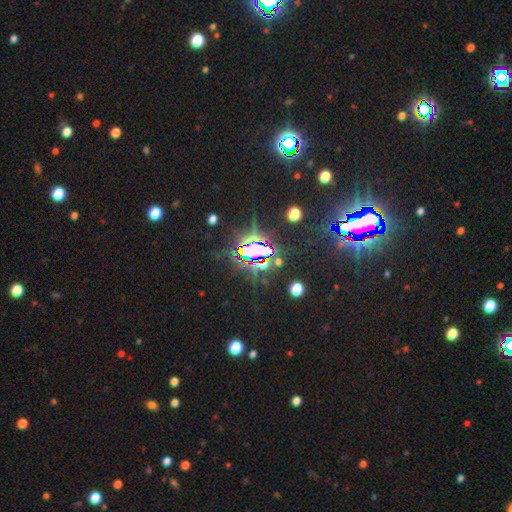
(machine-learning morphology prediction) This appears to be a star or artifact, not a galaxy (82%).